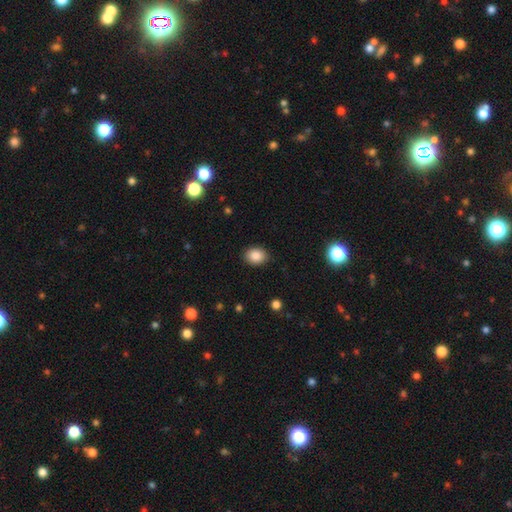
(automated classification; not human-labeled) A smooth galaxy with no disk features (87%) that is in between round and cigar-shaped (59%).

Vote fractions:
- Smooth or featured? smooth: 87% / star or artifact: 9% / featured or disk: 4%
- How rounded? in between: 59% / round: 40% / cigar-shaped: 1%
- Merging? none: 88% / minor disturbance: 9% / major disturbance: 2% / merger: 1%